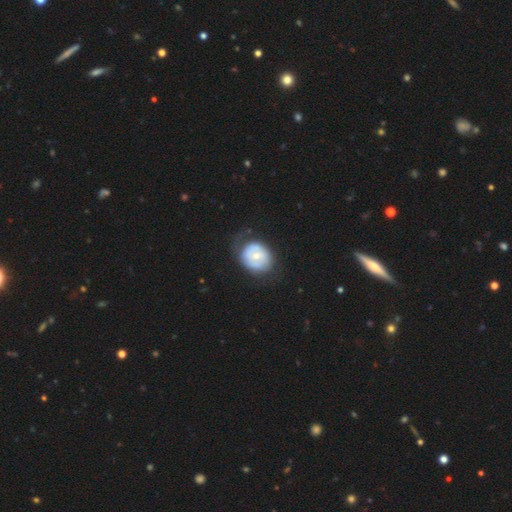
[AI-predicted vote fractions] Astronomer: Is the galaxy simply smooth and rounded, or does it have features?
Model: featured or disk — 49% (runner-up: smooth, 45%).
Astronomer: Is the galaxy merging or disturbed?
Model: none — 55%.